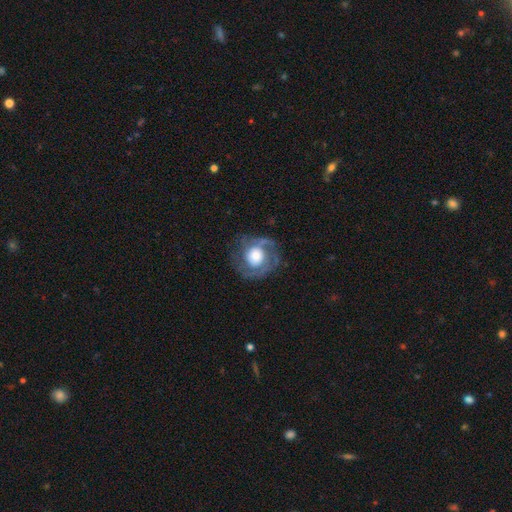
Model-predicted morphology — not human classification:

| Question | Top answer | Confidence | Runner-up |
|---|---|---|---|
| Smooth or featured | featured or disk | 63% | smooth (30%) |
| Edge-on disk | no | 97% | yes (3%) |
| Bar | no | 79% | weak (16%) |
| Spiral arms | yes | 74% | no (26%) |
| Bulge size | large | 44% | moderate (36%) |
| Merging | none | 64% | minor disturbance (19%) |